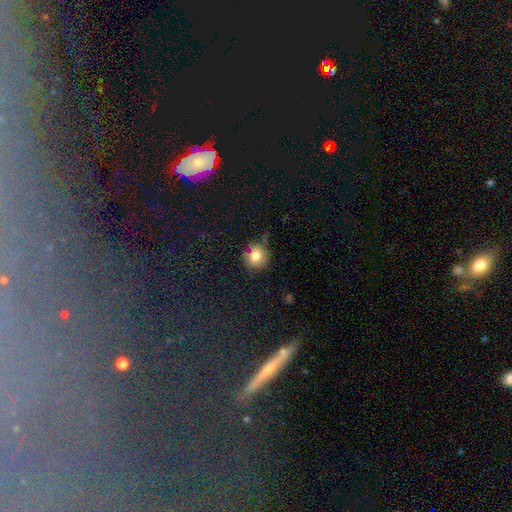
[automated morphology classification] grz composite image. It shows a smooth galaxy with no disk features (81%) that is round (83%). Merging: none (74%).